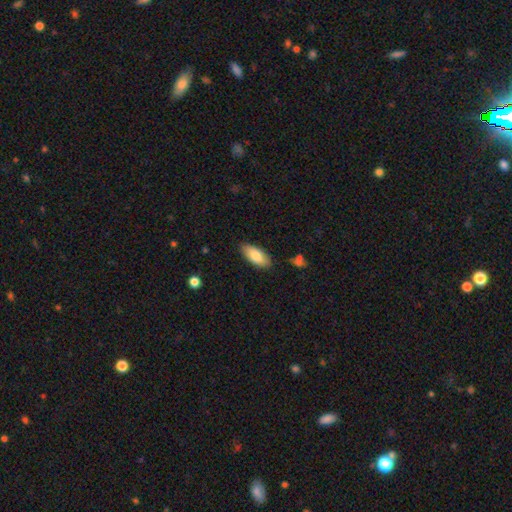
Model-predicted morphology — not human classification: Overall: smooth (83%). How rounded: in between (85%). Merging: none (86%).